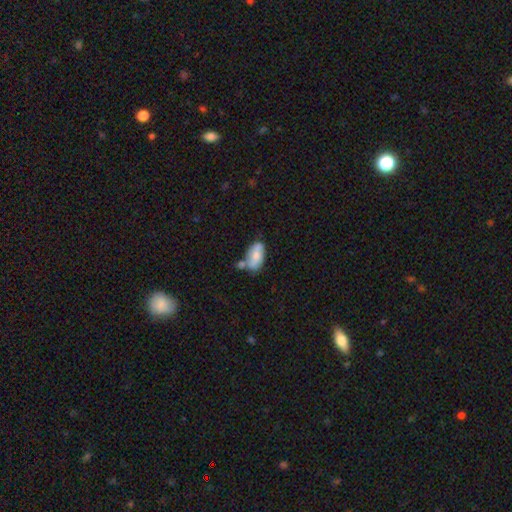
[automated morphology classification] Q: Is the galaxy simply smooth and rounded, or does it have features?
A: smooth — 60%.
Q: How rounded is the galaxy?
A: in between — 92%.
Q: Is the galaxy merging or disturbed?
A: none — 40%.